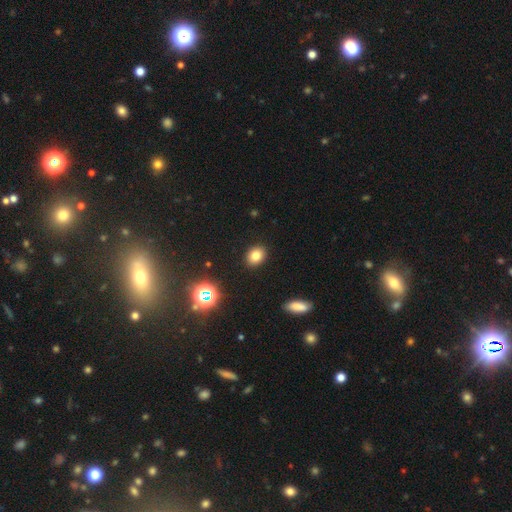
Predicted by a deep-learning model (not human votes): smooth-or-featured: smooth: 80% | star or artifact: 13% | featured or disk: 7%
  how-rounded: round: 50% | in between: 49% | cigar-shaped: 1%
  merging: none: 90% | minor disturbance: 6% | major disturbance: 2% | merger: 1%